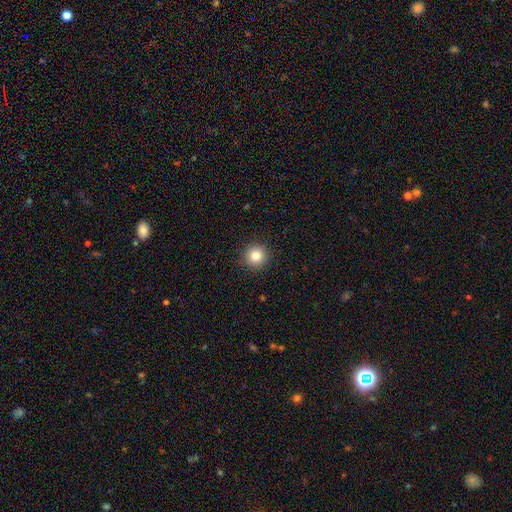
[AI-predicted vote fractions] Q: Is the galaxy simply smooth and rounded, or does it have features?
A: smooth — 82%.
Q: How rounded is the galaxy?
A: round — 95%.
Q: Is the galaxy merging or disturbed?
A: none — 92%.